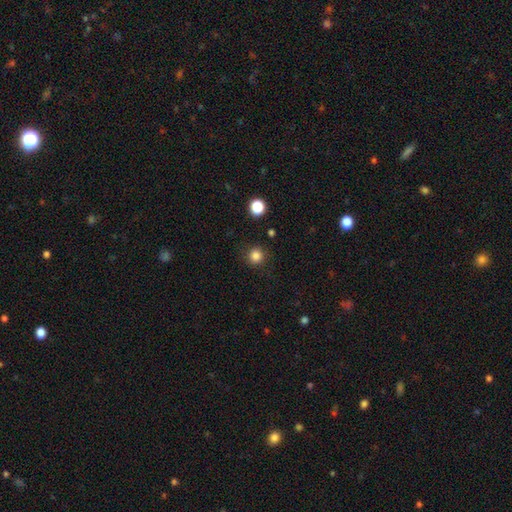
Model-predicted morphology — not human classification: Smooth or featured? Predicted: smooth (p=0.84). How rounded? Predicted: round (p=0.94). Merging? Predicted: none (p=0.89).